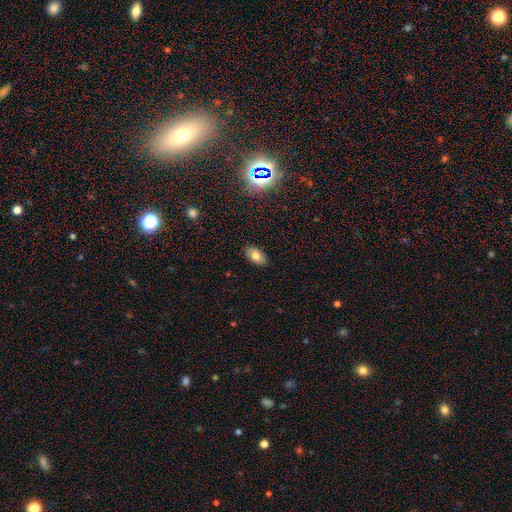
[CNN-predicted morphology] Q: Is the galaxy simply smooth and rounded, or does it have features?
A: smooth — 79%.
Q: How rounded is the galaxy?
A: in between — 92%.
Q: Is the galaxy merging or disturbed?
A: none — 87%.